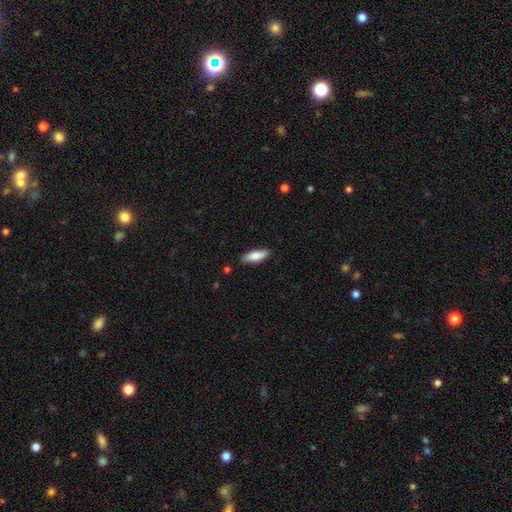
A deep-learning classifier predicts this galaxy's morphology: Smooth or featured? Predicted: smooth (p=0.79). How rounded? Predicted: in between (p=0.64). Merging? Predicted: none (p=0.86).